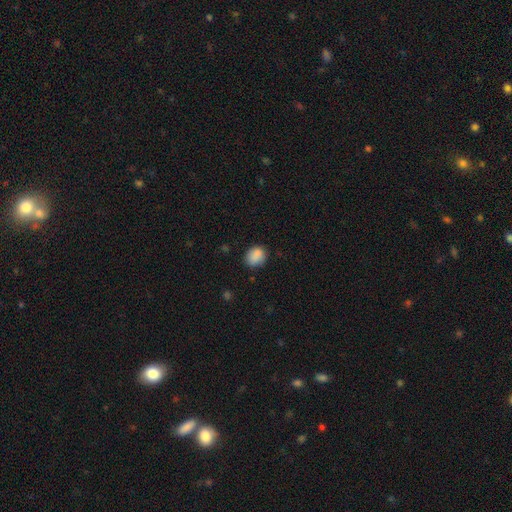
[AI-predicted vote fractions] Overall: smooth (87%). How rounded: round (56%; in between 43%). Merging: none (77%).